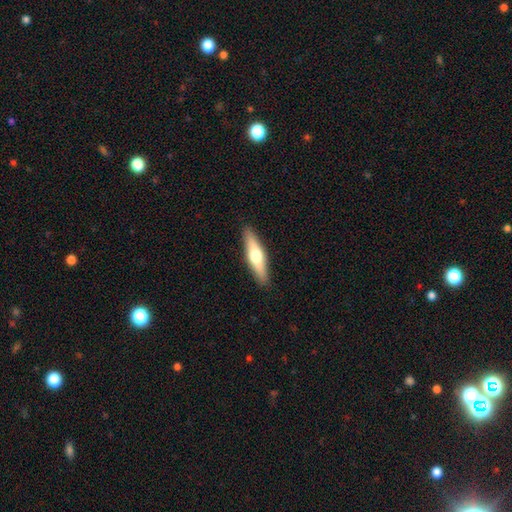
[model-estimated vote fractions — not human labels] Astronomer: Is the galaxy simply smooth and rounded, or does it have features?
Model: smooth — 47%, tied with featured or disk at 47%.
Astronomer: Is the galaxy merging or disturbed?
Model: none — 90%.